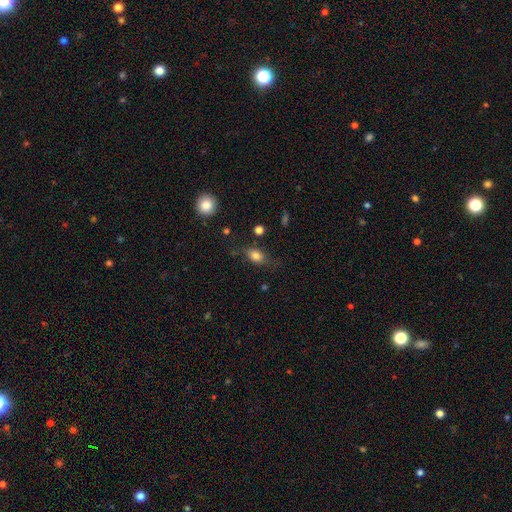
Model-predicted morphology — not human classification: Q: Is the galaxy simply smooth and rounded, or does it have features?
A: smooth — 80%.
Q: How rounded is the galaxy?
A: in between — 76%.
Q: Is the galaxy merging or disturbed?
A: none — 68%.